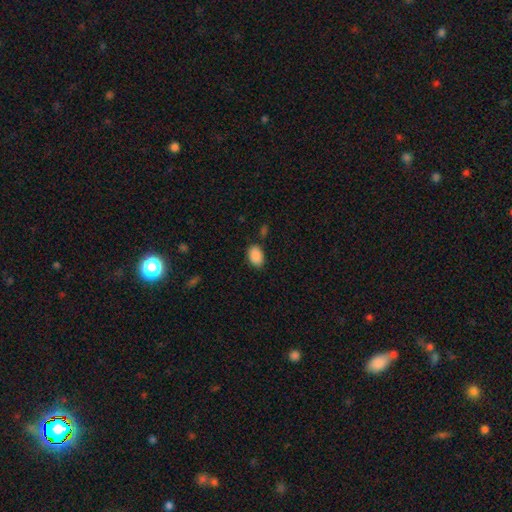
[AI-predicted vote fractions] smooth-or-featured: smooth: 90% | star or artifact: 7% | featured or disk: 3%
  how-rounded: in between: 86% | round: 13% | cigar-shaped: 1%
  merging: none: 80% | minor disturbance: 13% | merger: 4% | major disturbance: 3%